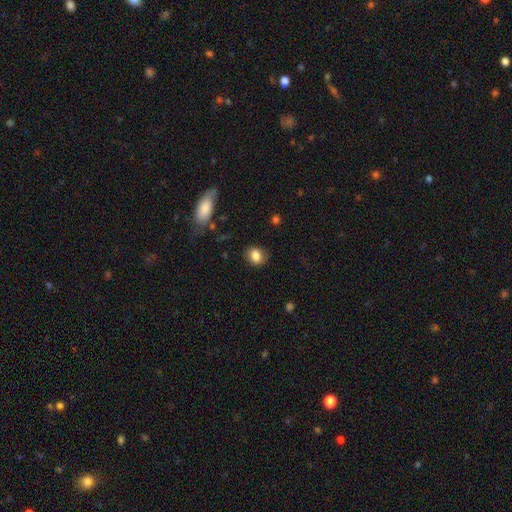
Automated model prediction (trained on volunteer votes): Q: Smooth or featured?
A: smooth (83%); runner-up: star or artifact (9%)
Q: How rounded?
A: round (50%); runner-up: in between (48%)
Q: Merging?
A: none (82%); runner-up: minor disturbance (13%)